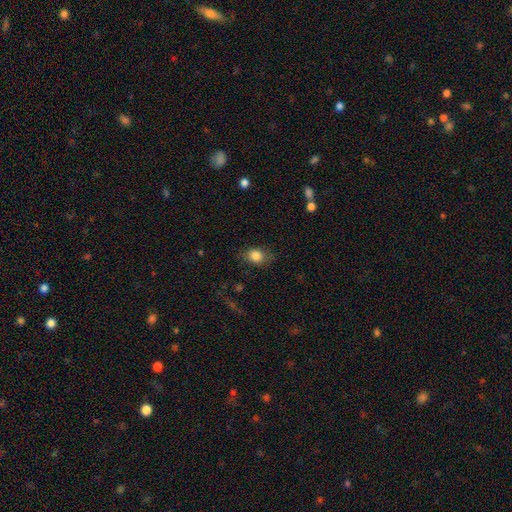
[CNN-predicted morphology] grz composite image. It shows a smooth galaxy with no disk features (83%) that is in between round and cigar-shaped (52%). Merging: none (75%).